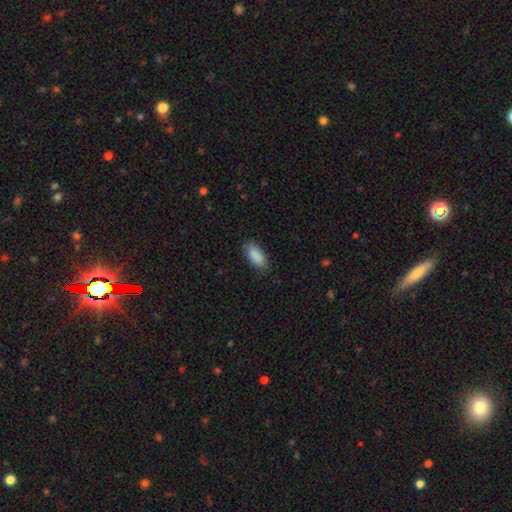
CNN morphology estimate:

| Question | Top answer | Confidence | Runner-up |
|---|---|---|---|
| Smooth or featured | smooth | 90% | star or artifact (6%) |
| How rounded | in between | 86% | cigar-shaped (12%) |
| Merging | none | 84% | minor disturbance (12%) |